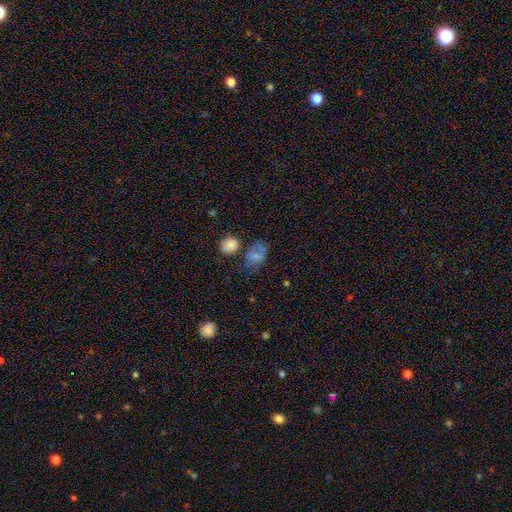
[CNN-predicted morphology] Smooth or featured? Predicted: smooth (p=0.70). How rounded? Predicted: in between (p=0.69). Merging? Predicted: none (p=0.44).